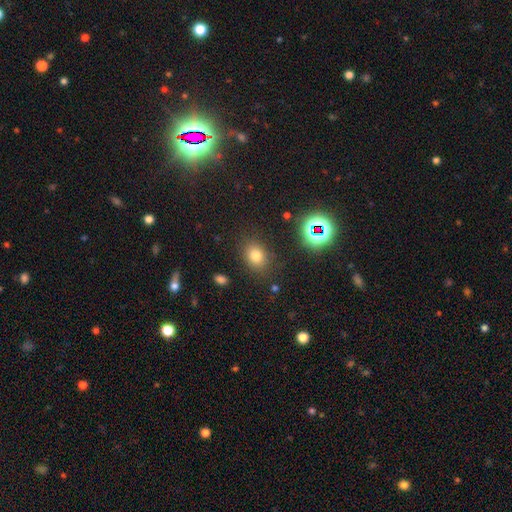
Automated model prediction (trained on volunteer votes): Smooth or featured?
  - smooth: 74% *
  - star or artifact: 18%
  - featured or disk: 8%
How rounded?
  - in between: 54% *
  - round: 45%
  - cigar-shaped: 1%
Merging?
  - none: 84% *
  - minor disturbance: 10%
  - major disturbance: 4%
  - merger: 2%